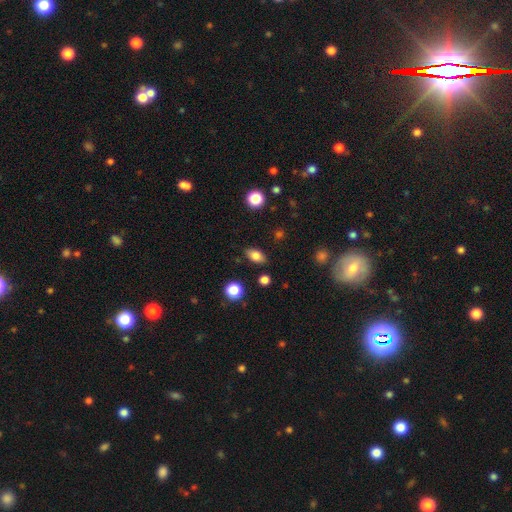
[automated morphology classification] The model was most divided on "smooth or featured": smooth: 80%, featured or disk: 10%, star or artifact: 9%. More confident: how rounded — in between (85%); merging — none (85%).